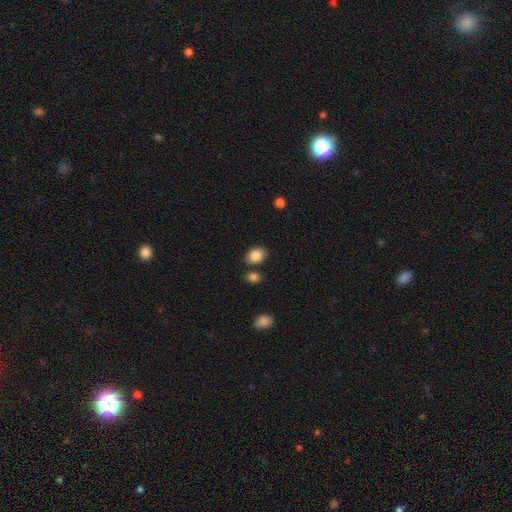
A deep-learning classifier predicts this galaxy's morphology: Smooth or featured? smooth (86%)
How rounded? in between (68%)
Merging? none (77%)